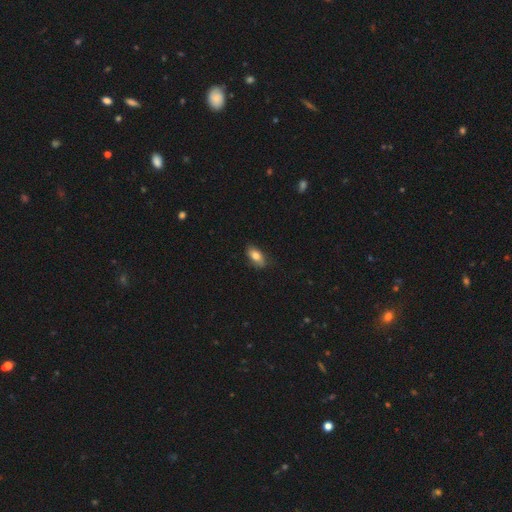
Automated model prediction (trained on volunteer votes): Smooth or featured?
  - smooth: 79% *
  - featured or disk: 13%
  - star or artifact: 7%
How rounded?
  - in between: 88% *
  - cigar-shaped: 7%
  - round: 4%
Merging?
  - none: 79% *
  - minor disturbance: 17%
  - major disturbance: 3%
  - merger: 1%